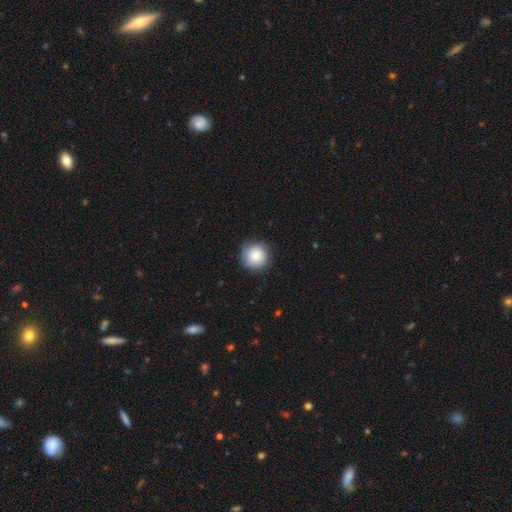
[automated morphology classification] smooth_or_featured: smooth (p=0.81) [alt: featured or disk p=0.11]
how_rounded: round (p=0.94) [alt: in between p=0.05]
merging: none (p=0.83) [alt: minor disturbance p=0.13]